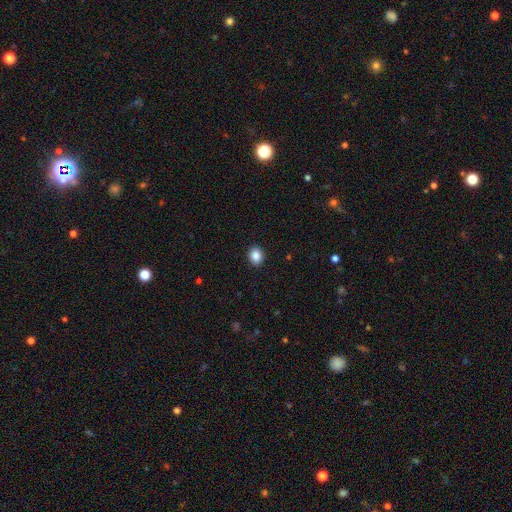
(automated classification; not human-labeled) Overall: smooth (88%). How rounded: round (58%; in between 41%). Merging: none (92%).